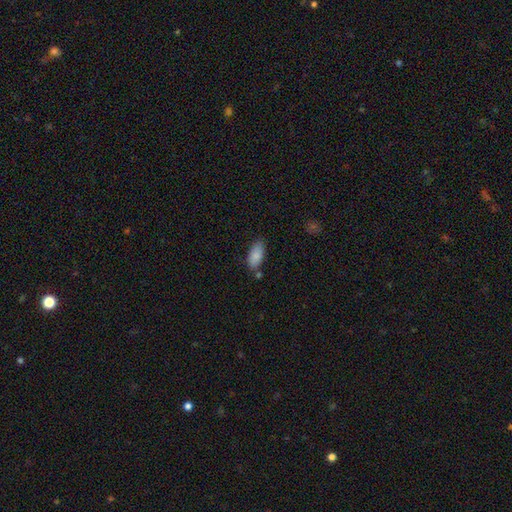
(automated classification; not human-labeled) Smooth or featured? Predicted: smooth (p=0.87). How rounded? Predicted: in between (p=0.89). Merging? Predicted: none (p=0.71).